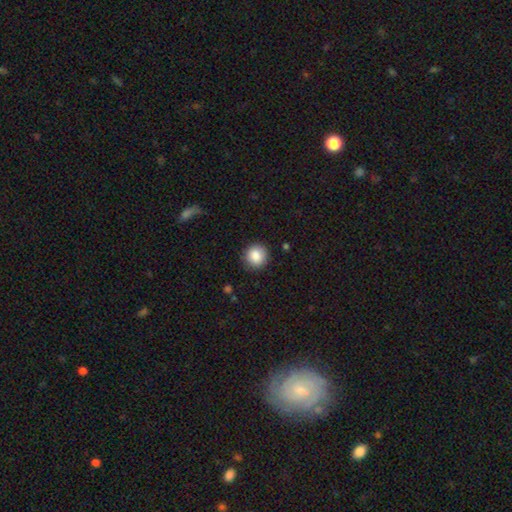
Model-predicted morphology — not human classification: A smooth galaxy with no disk features (87%) that is round (91%).

Vote fractions:
- Smooth or featured? smooth: 87% / star or artifact: 9% / featured or disk: 4%
- How rounded? round: 91% / in between: 8% / cigar-shaped: 1%
- Merging? none: 89% / minor disturbance: 8% / major disturbance: 2% / merger: 1%